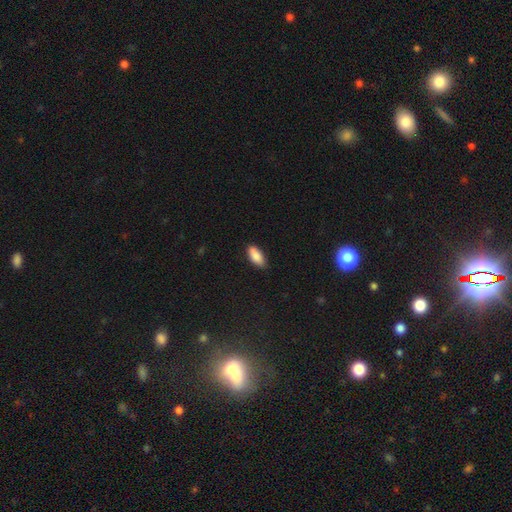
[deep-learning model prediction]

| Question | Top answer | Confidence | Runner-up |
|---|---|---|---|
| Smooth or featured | smooth | 87% | star or artifact (7%) |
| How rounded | in between | 88% | cigar-shaped (10%) |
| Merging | none | 80% | minor disturbance (17%) |